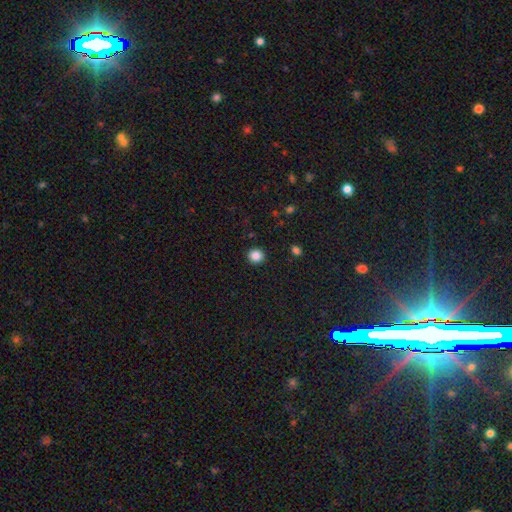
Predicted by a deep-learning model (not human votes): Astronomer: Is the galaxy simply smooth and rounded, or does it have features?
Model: smooth — 86%.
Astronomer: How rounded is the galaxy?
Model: round — 87%.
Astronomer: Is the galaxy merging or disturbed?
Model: none — 92%.